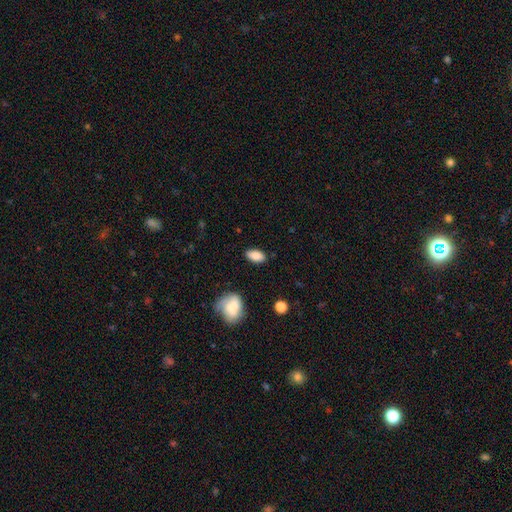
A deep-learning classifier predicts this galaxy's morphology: smooth 85%, featured or disk 8%, star or artifact 7%. Down the decision tree: how rounded — in between (91%); merging — none (85%).